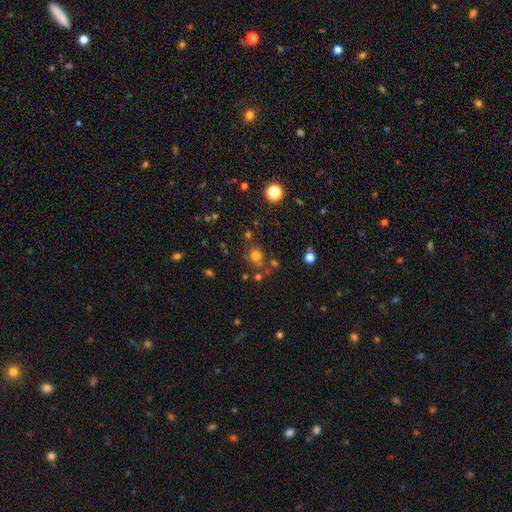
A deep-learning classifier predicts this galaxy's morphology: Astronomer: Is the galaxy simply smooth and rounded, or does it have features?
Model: smooth — 72%.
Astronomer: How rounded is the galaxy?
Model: round — 84%.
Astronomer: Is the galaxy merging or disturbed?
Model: none — 71%.